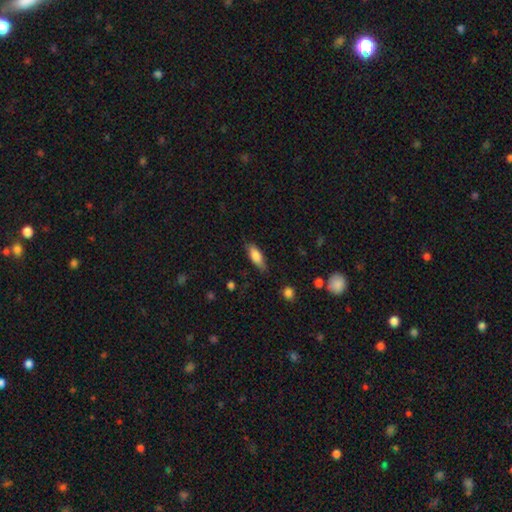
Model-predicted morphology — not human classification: This appears to be a smooth galaxy with no disk features (77%) that is in between round and cigar-shaped (64%). Merging: none (79%).